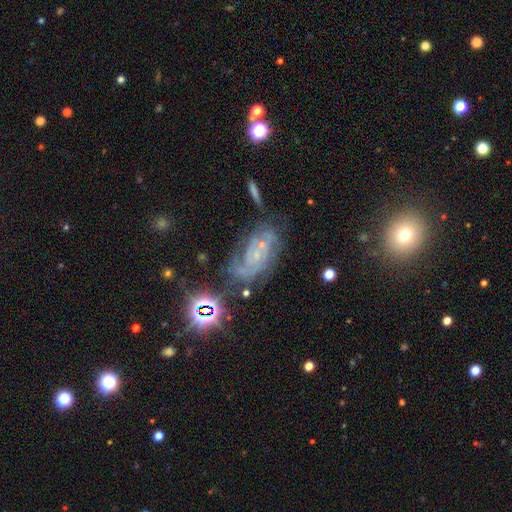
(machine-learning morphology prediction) Smooth or featured? Predicted: featured or disk (p=0.72). Edge-on disk? Predicted: no (p=0.96). Bar? Predicted: no (p=0.66). Spiral arms? Predicted: yes (p=0.92). Spiral winding? Predicted: tight (p=0.56). Spiral arm count? Predicted: can't tell (p=0.32). Bulge size? Predicted: small (p=0.77). Merging? Predicted: none (p=0.53).